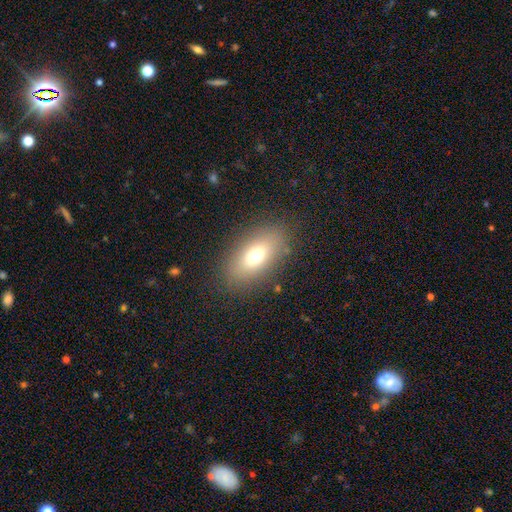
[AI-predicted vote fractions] Smooth or featured? smooth (68%)
How rounded? in between (83%)
Merging? none (83%)